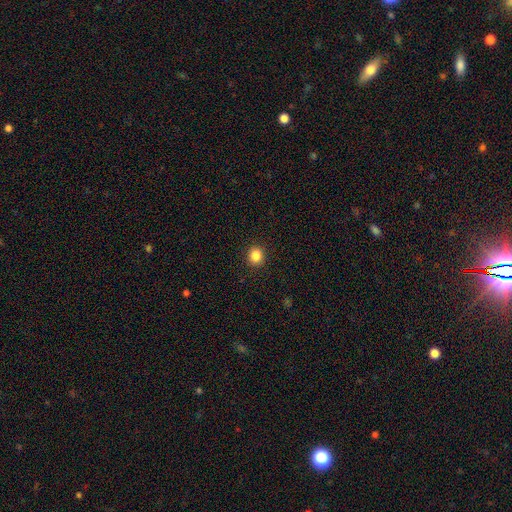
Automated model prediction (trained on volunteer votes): Smooth or featured? Predicted: smooth (p=0.86). How rounded? Predicted: round (p=0.83). Merging? Predicted: none (p=0.92).